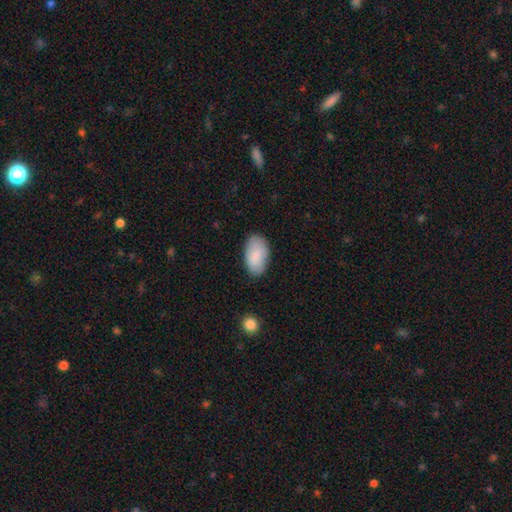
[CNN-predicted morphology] smooth-or-featured: smooth: 86% | featured or disk: 8% | star or artifact: 6%
  how-rounded: in between: 95% | round: 3% | cigar-shaped: 2%
  merging: none: 83% | minor disturbance: 13% | major disturbance: 3% | merger: 1%